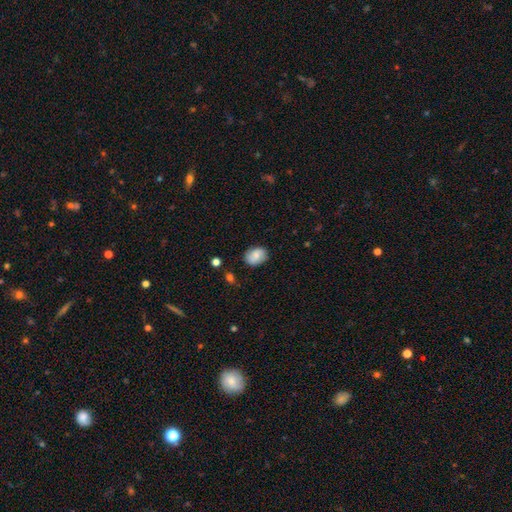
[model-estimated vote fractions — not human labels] Smooth or featured: smooth — 77% (featured or disk — 15%)
How rounded: in between — 62% (round — 37%)
Merging: none — 80% (minor disturbance — 15%)